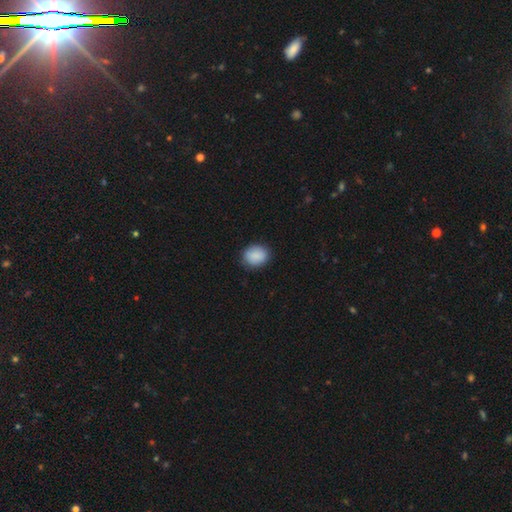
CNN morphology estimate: type=smooth (89%); roundness=round (54%); merging=none (84%).